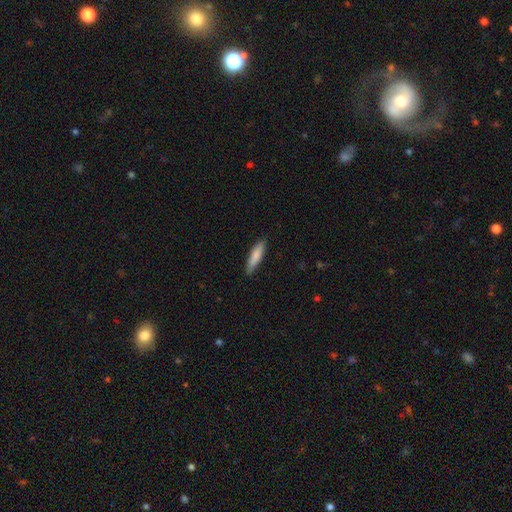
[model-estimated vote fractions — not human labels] A smooth galaxy with no disk features (83%) that is cigar-shaped (77%). Merging: none (85%).